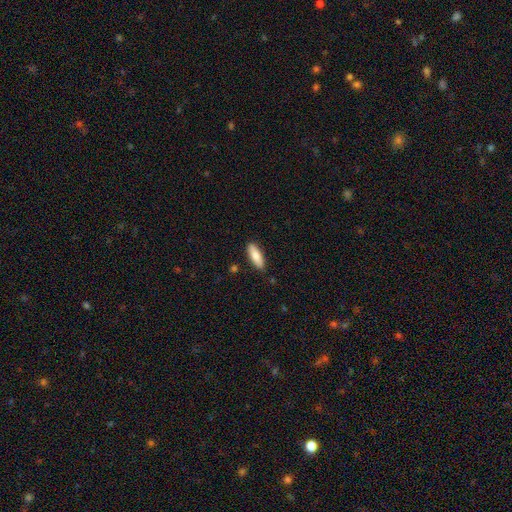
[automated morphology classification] Q: Smooth or featured?
A: smooth (81%); runner-up: featured or disk (14%)
Q: How rounded?
A: in between (59%); runner-up: cigar-shaped (39%)
Q: Merging?
A: none (86%); runner-up: minor disturbance (10%)